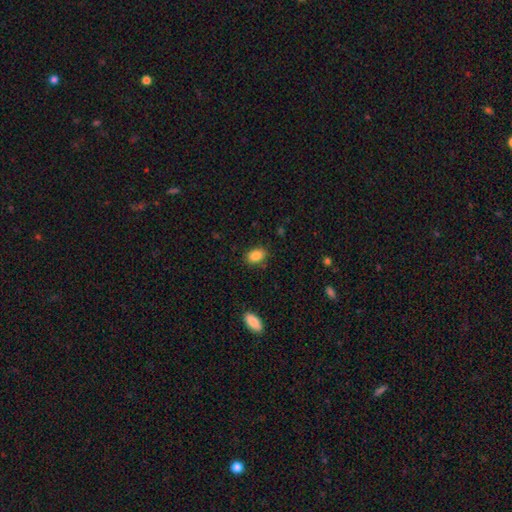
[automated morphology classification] smooth 87%, star or artifact 8%, featured or disk 5%. Down the decision tree: how rounded — in between (82%); merging — none (85%).